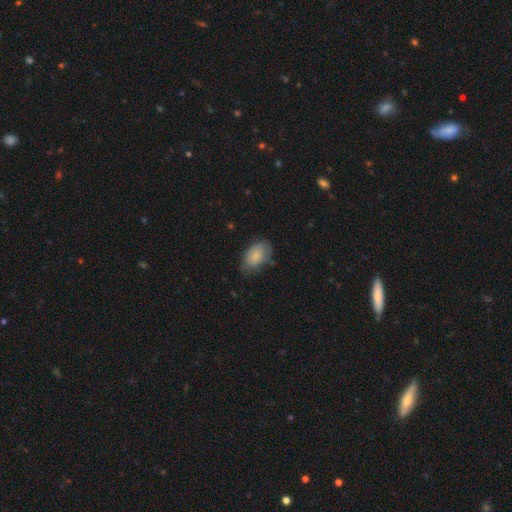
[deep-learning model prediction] This appears to be a smooth galaxy with no disk features (78%) that is in between round and cigar-shaped (88%). Merging: none (63%).